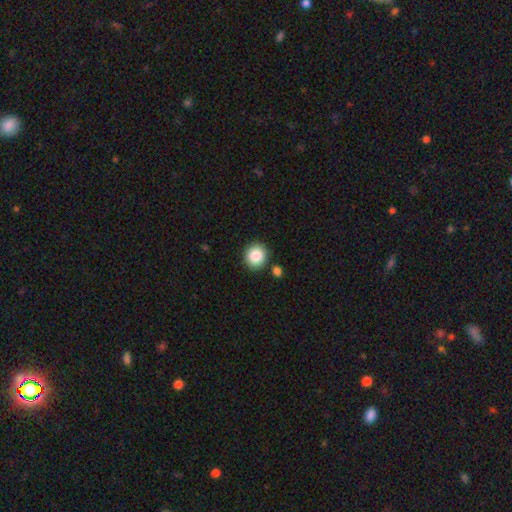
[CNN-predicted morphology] Q: Smooth or featured?
A: smooth (87%); runner-up: star or artifact (9%)
Q: How rounded?
A: round (86%); runner-up: in between (13%)
Q: Merging?
A: none (86%); runner-up: minor disturbance (7%)